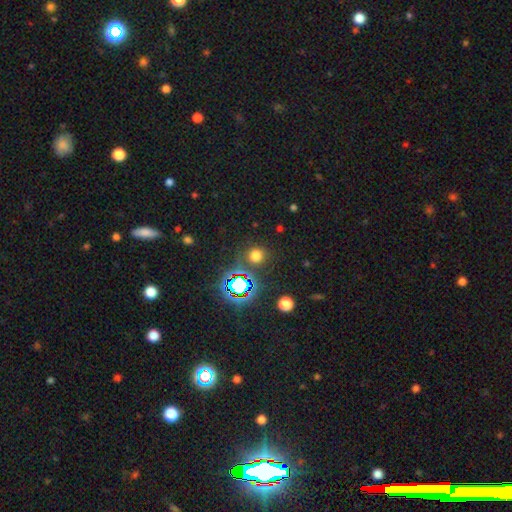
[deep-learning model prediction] This appears to be a smooth galaxy with no disk features (63%) that is round (90%). Merging: none (84%).